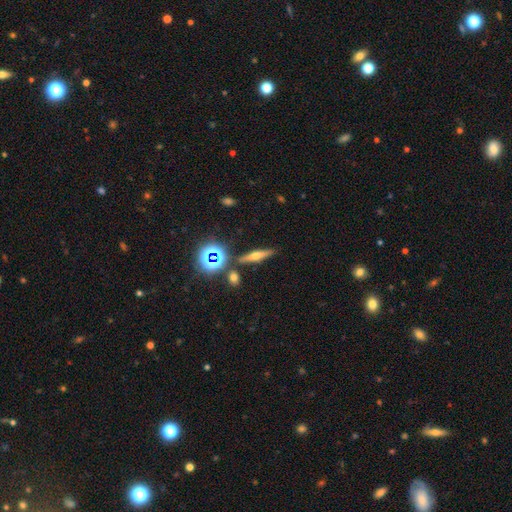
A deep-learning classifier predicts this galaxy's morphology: Smooth or featured?
  - featured or disk: 49% *
  - smooth: 34%
  - star or artifact: 17%
Merging?
  - none: 84% *
  - minor disturbance: 8%
  - merger: 5%
  - major disturbance: 3%